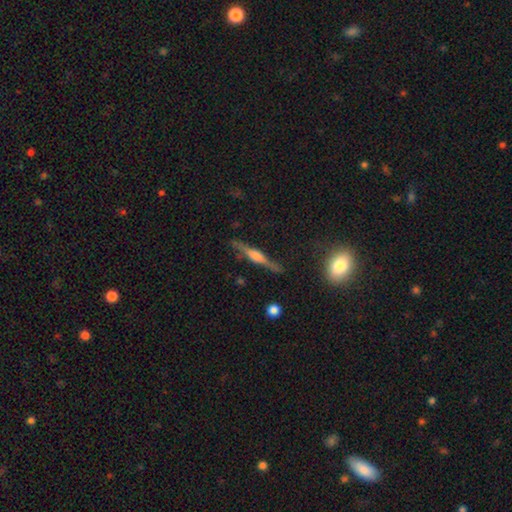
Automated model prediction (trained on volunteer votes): featured or disk 74%, smooth 19%, star or artifact 7%. Down the decision tree: edge-on disk — yes (97%); edge-on bulge — rounded (68%); merging — none (83%).